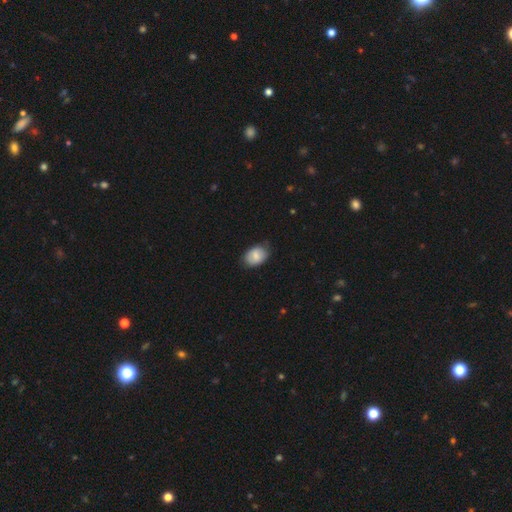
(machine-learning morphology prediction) Smooth or featured? Predicted: smooth (p=0.79). How rounded? Predicted: in between (p=0.82). Merging? Predicted: none (p=0.77).